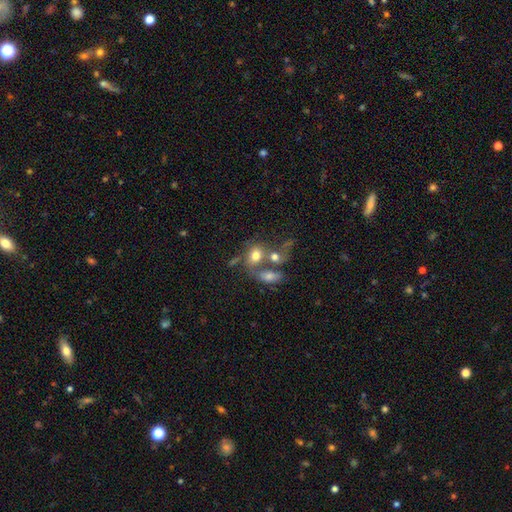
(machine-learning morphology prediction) Smooth or featured? Predicted: smooth (p=0.69). How rounded? Predicted: in between (p=0.56). Merging? Predicted: merger (p=0.48).